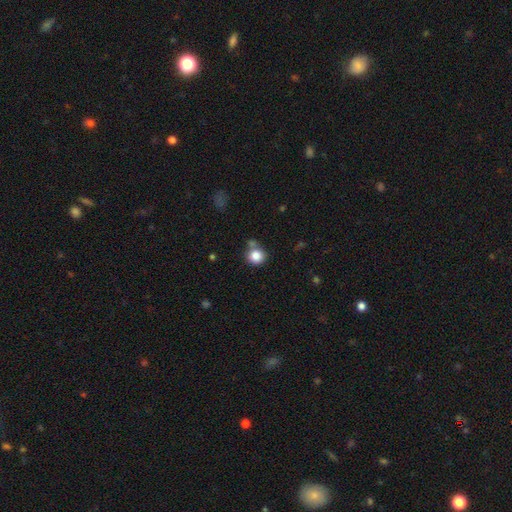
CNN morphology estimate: Overall: smooth (84%). How rounded: round (89%). Merging: none (68%).